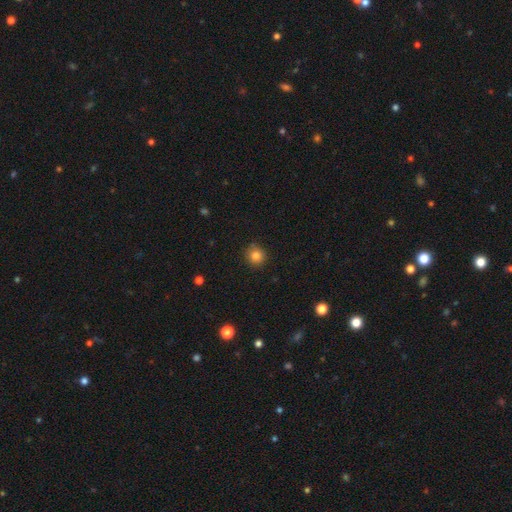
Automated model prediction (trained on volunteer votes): This is clearly a smooth galaxy (83%). How rounded: clearly round (91%). Merging: clearly none (86%).